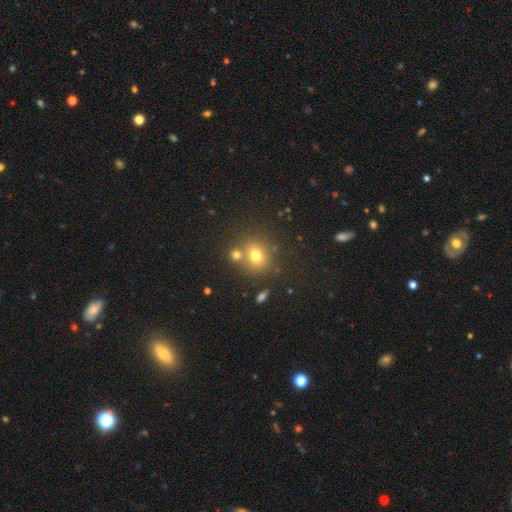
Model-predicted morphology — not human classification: type=smooth (71%); roundness=round (76%); merging=none (66%).